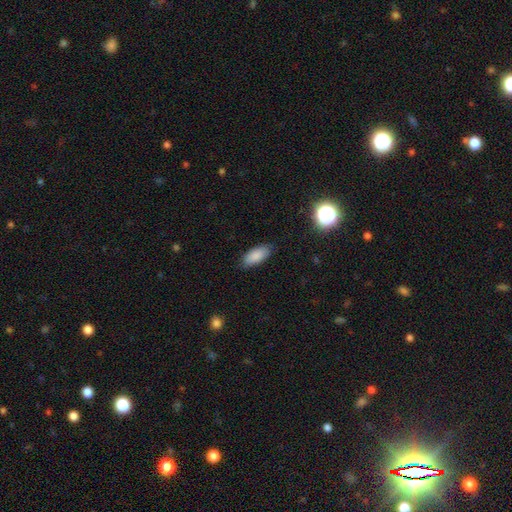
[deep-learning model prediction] Smooth or featured? smooth (87%)
How rounded? in between (86%)
Merging? none (83%)